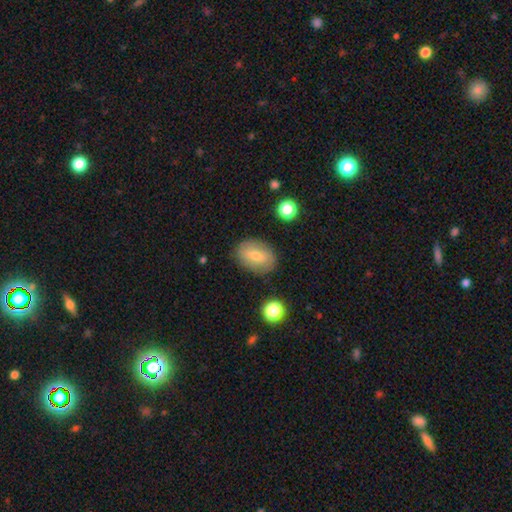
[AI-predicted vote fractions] smooth_or_featured: smooth (p=0.67) [alt: featured or disk p=0.24]
how_rounded: in between (p=0.81) [alt: round p=0.17]
merging: none (p=0.84) [alt: minor disturbance p=0.11]